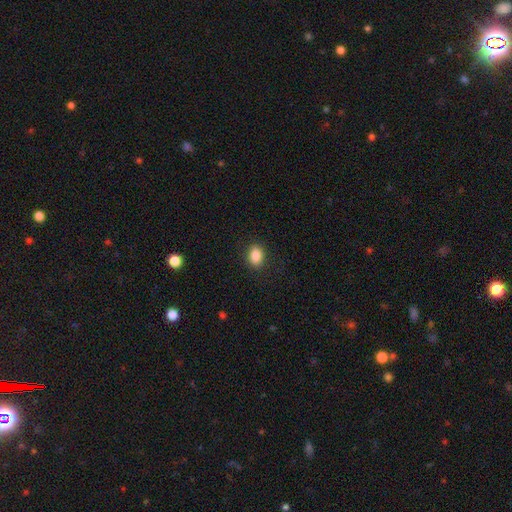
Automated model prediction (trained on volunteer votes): A smooth galaxy with no disk features (88%) that is in between round and cigar-shaped (73%). Merging: none (87%).